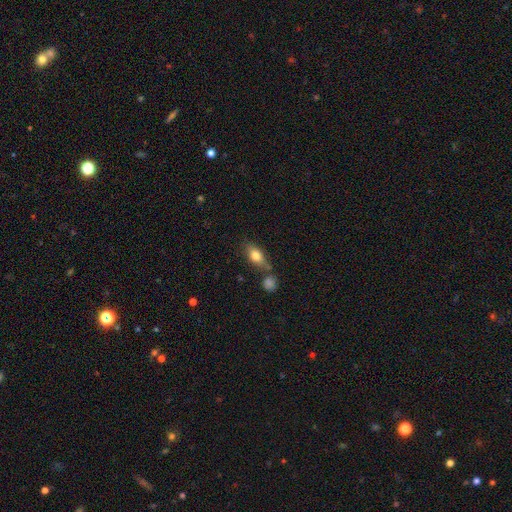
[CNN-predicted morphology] A smooth galaxy with no disk features (77%) that is in between round and cigar-shaped (83%). Merging: none (62%).